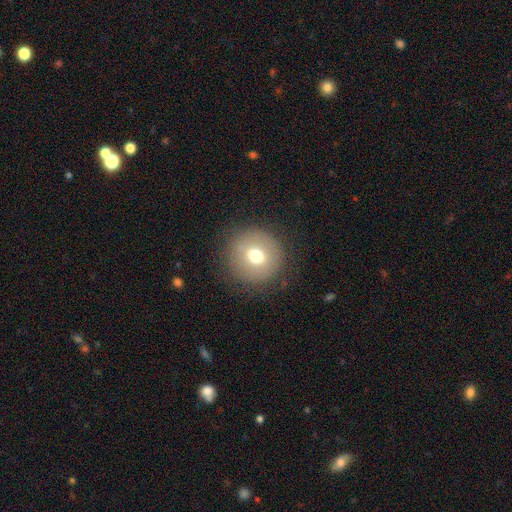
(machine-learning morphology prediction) smooth 68%, featured or disk 20%, star or artifact 12%. Down the decision tree: how rounded — round (94%); merging — none (85%).